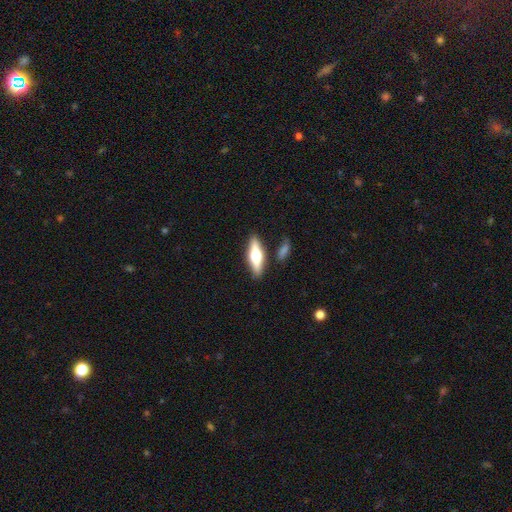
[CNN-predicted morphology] Smooth or featured? featured or disk (51%)
Edge-on disk? yes (91%)
Merging? none (81%)